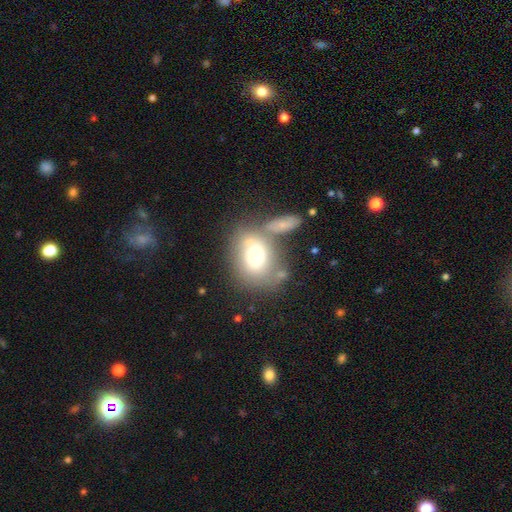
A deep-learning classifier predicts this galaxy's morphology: The model was most divided on "how rounded": in between: 50%, round: 48%, cigar-shaped: 2%. Remaining: smooth or featured — smooth (68%); merging — none (45%).